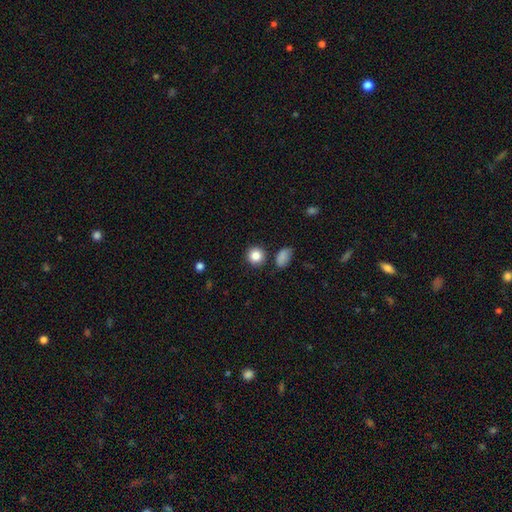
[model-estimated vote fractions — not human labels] Overall: smooth (86%). How rounded: round (88%). Merging: none (86%).